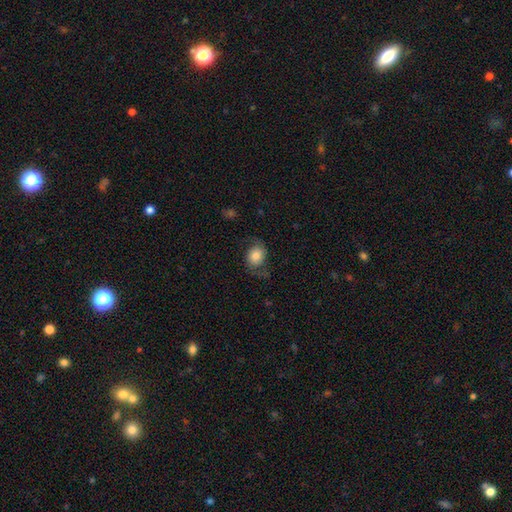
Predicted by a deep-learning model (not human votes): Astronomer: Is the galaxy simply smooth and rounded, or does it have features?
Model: smooth — 52% (runner-up: featured or disk, 39%).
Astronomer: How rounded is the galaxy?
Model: round — 54% (runner-up: in between, 45%).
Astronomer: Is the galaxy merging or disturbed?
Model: none — 62%.